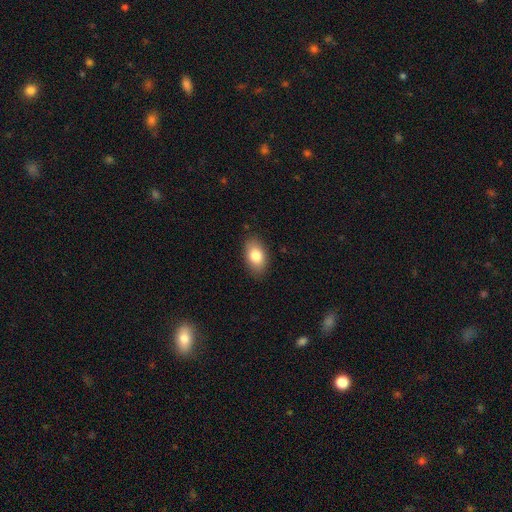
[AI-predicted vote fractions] Overall: smooth (81%). How rounded: in between (90%). Merging: none (86%).